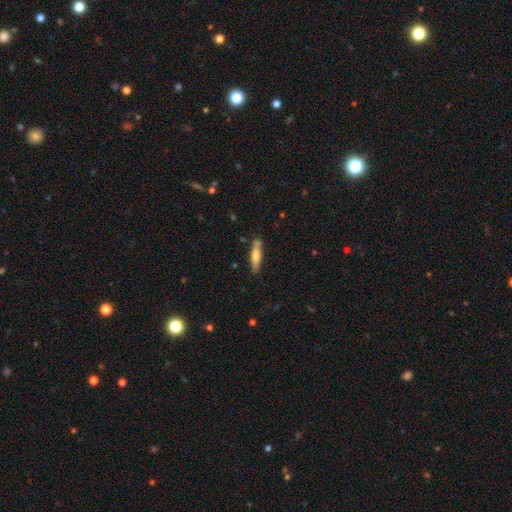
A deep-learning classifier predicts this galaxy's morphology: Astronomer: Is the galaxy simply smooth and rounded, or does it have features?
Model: smooth — 58% (runner-up: featured or disk, 36%).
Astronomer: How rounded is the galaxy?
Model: cigar-shaped — 77%.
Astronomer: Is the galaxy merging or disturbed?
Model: none — 75%.